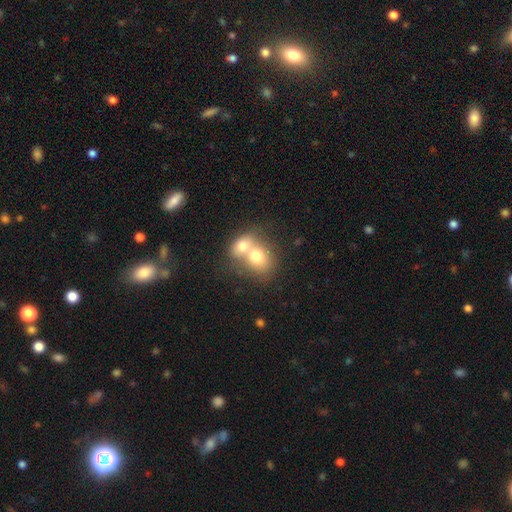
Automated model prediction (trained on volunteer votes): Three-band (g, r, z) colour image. It shows a smooth galaxy with no disk features (70%) that is in between round and cigar-shaped (50%). Merging: merger (74%).